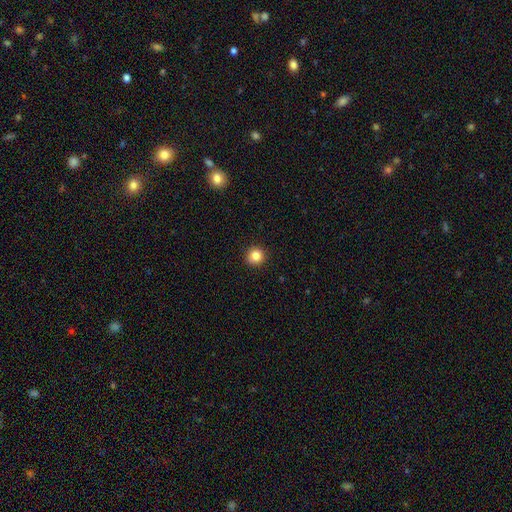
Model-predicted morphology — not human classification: Smooth or featured: smooth — 84% (star or artifact — 11%)
How rounded: round — 92% (in between — 7%)
Merging: none — 92% (minor disturbance — 5%)